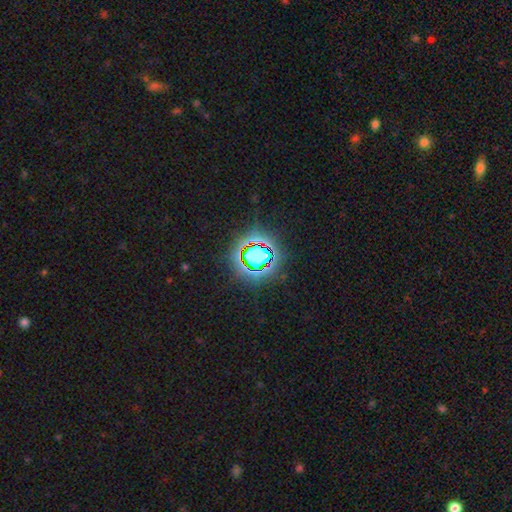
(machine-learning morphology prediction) Q: Smooth or featured?
A: star or artifact (66%); runner-up: smooth (22%)